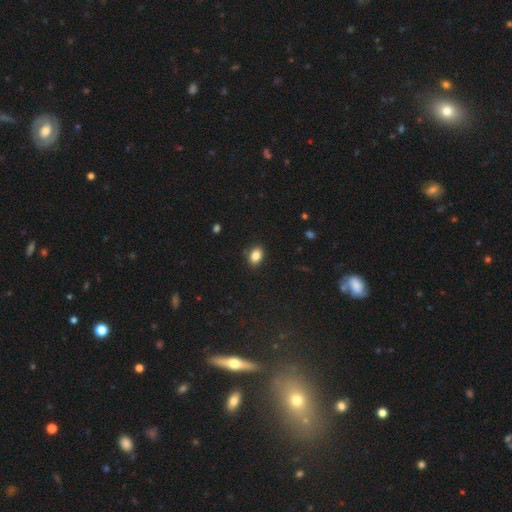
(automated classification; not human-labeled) Morphology: type=smooth (85%); roundness=in between (81%); merging=none (86%).